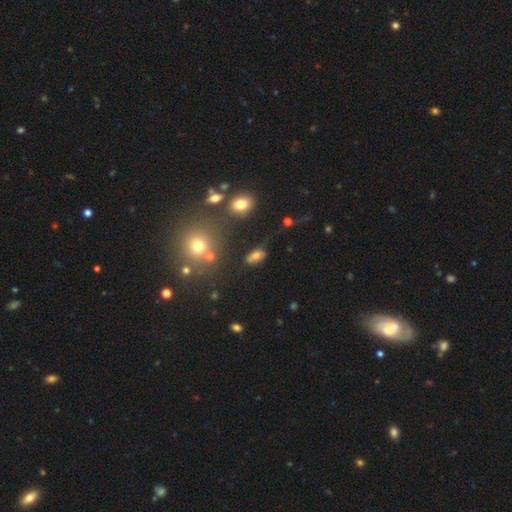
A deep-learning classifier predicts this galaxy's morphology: smooth_or_featured: smooth (p=0.71) [alt: star or artifact p=0.16]
how_rounded: in between (p=0.84) [alt: round p=0.11]
merging: none (p=0.71) [alt: minor disturbance p=0.16]